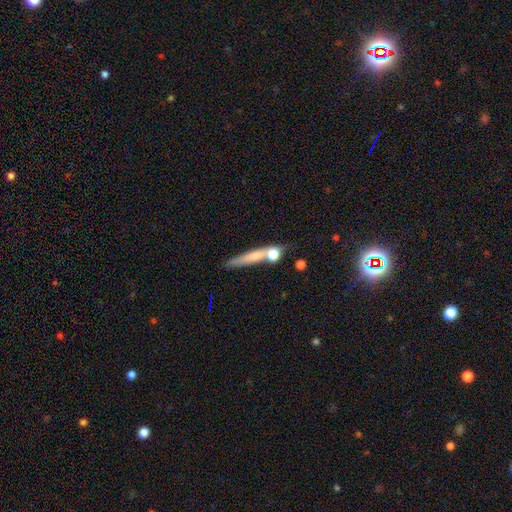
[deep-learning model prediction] smooth 56%, featured or disk 34%, star or artifact 9%. Down the decision tree: how rounded — cigar-shaped (80%); merging — none (58%).